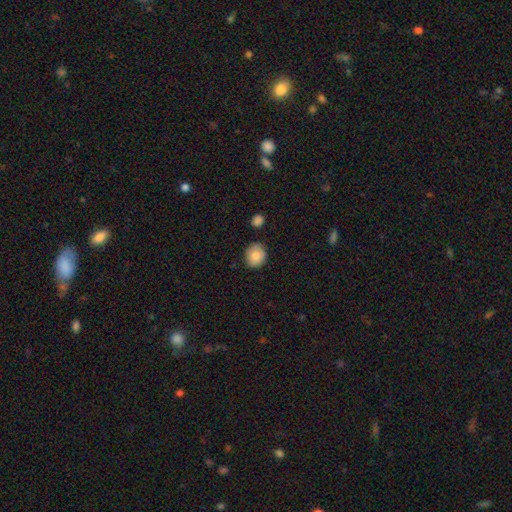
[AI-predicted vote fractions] Smooth or featured? smooth (86%)
How rounded? round (71%)
Merging? none (80%)